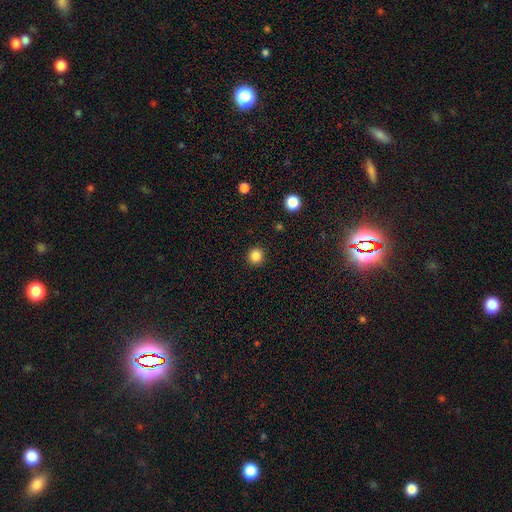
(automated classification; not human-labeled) Overall: smooth (84%). How rounded: round (94%). Merging: none (92%).